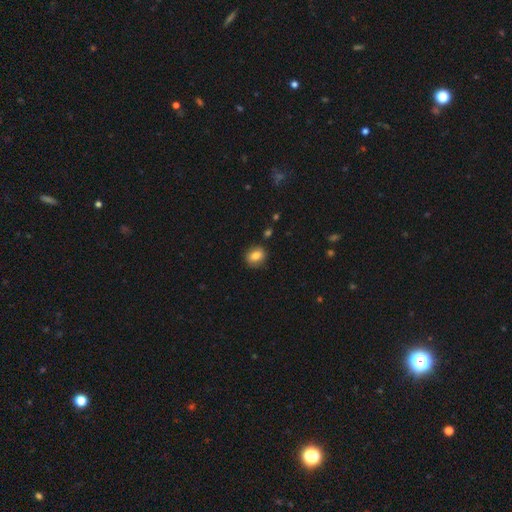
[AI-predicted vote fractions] smooth-or-featured: smooth: 82% | star or artifact: 9% | featured or disk: 9%
  how-rounded: round: 53% | in between: 45% | cigar-shaped: 1%
  merging: none: 83% | minor disturbance: 12% | major disturbance: 3% | merger: 2%